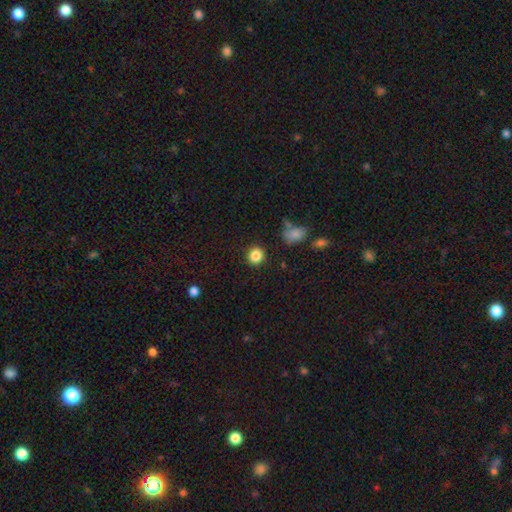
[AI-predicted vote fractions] A smooth galaxy with no disk features (85%) that is round (87%).

Vote fractions:
- Smooth or featured? smooth: 85% / star or artifact: 11% / featured or disk: 4%
- How rounded? round: 87% / in between: 12% / cigar-shaped: 1%
- Merging? none: 88% / minor disturbance: 7% / major disturbance: 2% / merger: 2%